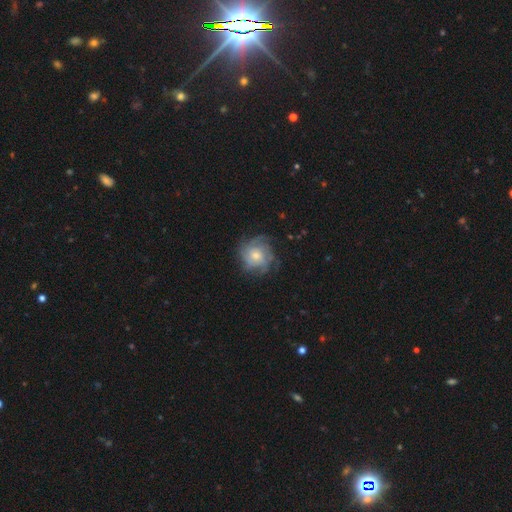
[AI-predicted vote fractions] Smooth or featured? Predicted: featured or disk (p=0.69). Edge-on disk? Predicted: no (p=0.98). Bar? Predicted: no (p=0.77). Spiral arms? Predicted: yes (p=0.91). Spiral winding? Predicted: tight (p=0.55). Spiral arm count? Predicted: can't tell (p=0.38). Bulge size? Predicted: small (p=0.47, tied with moderate). Merging? Predicted: none (p=0.72).